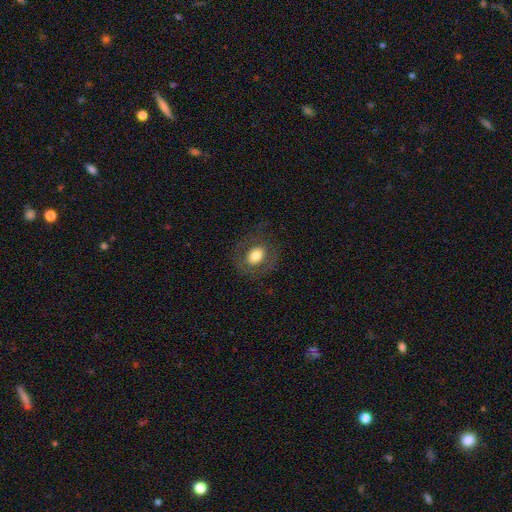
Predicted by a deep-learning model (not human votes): This is likely a smooth galaxy (67%). How rounded: possibly in between (55%). Merging: likely none (76%).